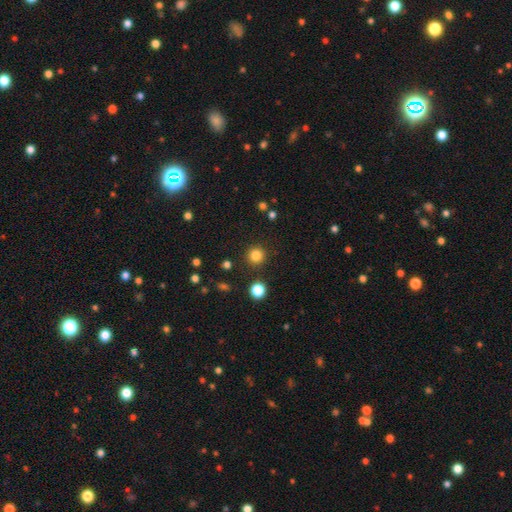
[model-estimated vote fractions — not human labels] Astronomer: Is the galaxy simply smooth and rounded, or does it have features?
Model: smooth — 83%.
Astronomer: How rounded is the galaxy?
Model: round — 95%.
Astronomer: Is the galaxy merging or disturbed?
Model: none — 90%.